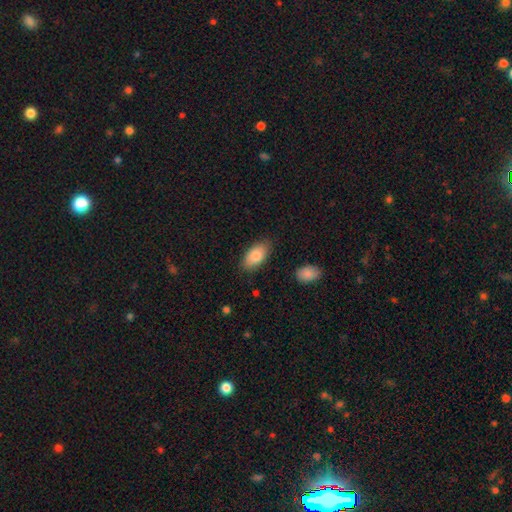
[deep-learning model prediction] Smooth or featured: smooth — 83% (featured or disk — 11%)
How rounded: in between — 94% (round — 3%)
Merging: none — 83% (minor disturbance — 13%)